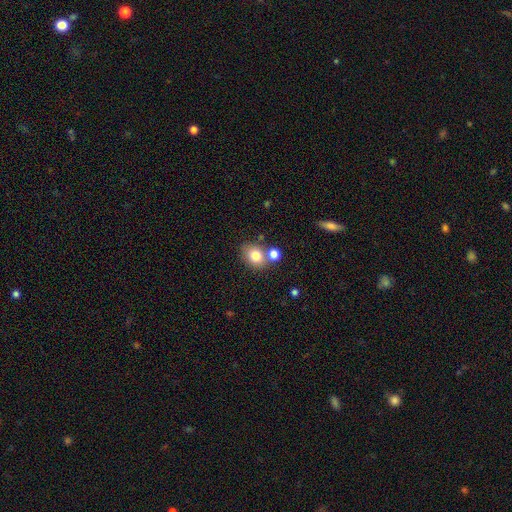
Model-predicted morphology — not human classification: Smooth or featured? Predicted: smooth (p=0.79). How rounded? Predicted: in between (p=0.50). Merging? Predicted: none (p=0.61).